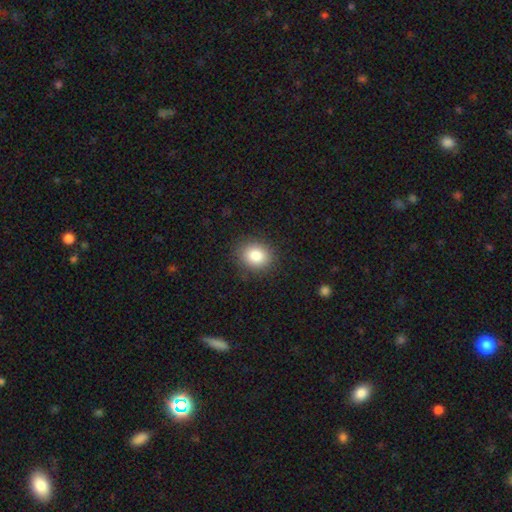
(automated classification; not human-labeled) smooth_or_featured: smooth (p=0.85) [alt: star or artifact p=0.09]
how_rounded: round (p=0.61) [alt: in between p=0.39]
merging: none (p=0.87) [alt: minor disturbance p=0.09]